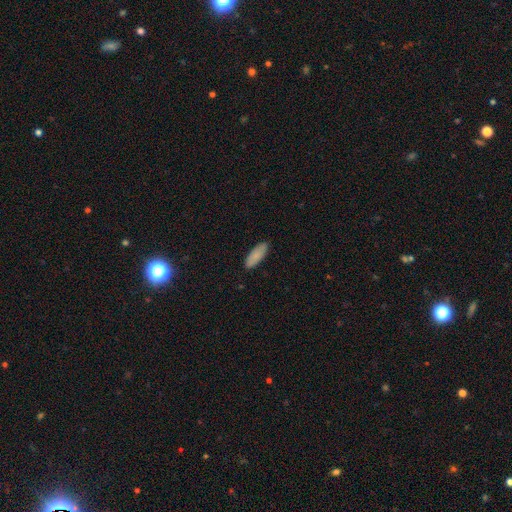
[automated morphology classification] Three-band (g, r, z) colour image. It shows a smooth galaxy with no disk features (86%) that is in between round and cigar-shaped (69%). Merging: none (88%).